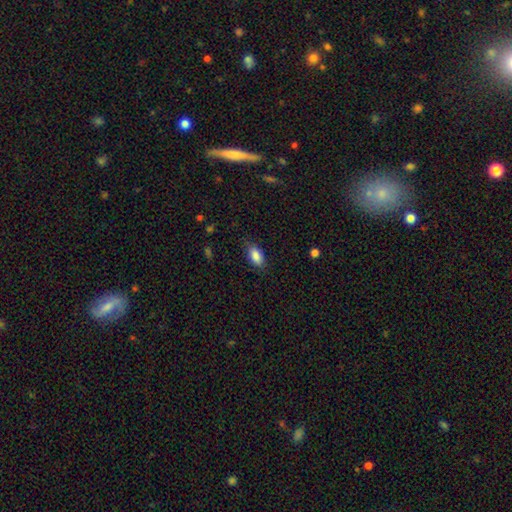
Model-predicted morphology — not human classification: Smooth or featured? smooth (87%)
How rounded? in between (91%)
Merging? none (80%)